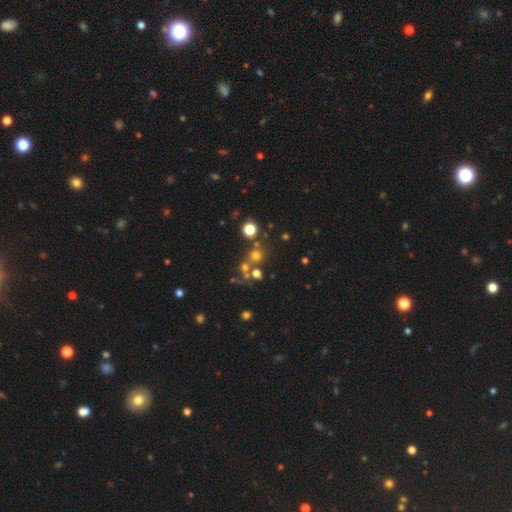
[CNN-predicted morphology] Smooth or featured: smooth — 60% (star or artifact — 28%)
How rounded: round — 89% (in between — 10%)
Merging: none — 62% (merger — 25%)